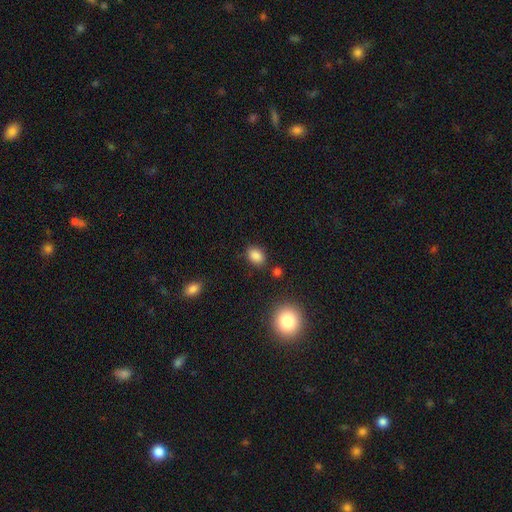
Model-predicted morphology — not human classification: A smooth galaxy with no disk features (85%) that is in between round and cigar-shaped (70%).

Vote fractions:
- Smooth or featured? smooth: 85% / star or artifact: 10% / featured or disk: 4%
- How rounded? in between: 70% / round: 29% / cigar-shaped: 1%
- Merging? none: 79% / minor disturbance: 13% / merger: 4% / major disturbance: 3%